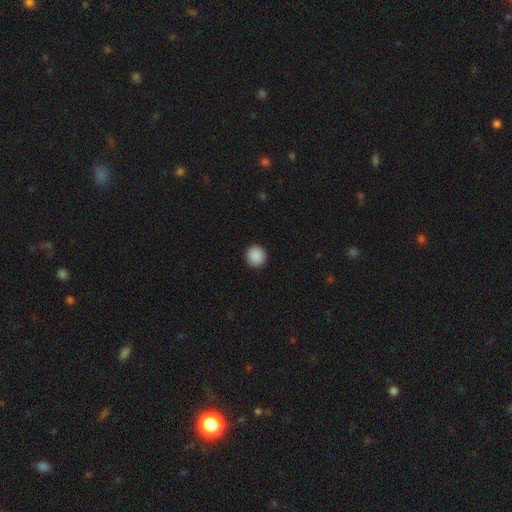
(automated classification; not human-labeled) Morphology: type=smooth (90%); roundness=round (94%); merging=none (93%).